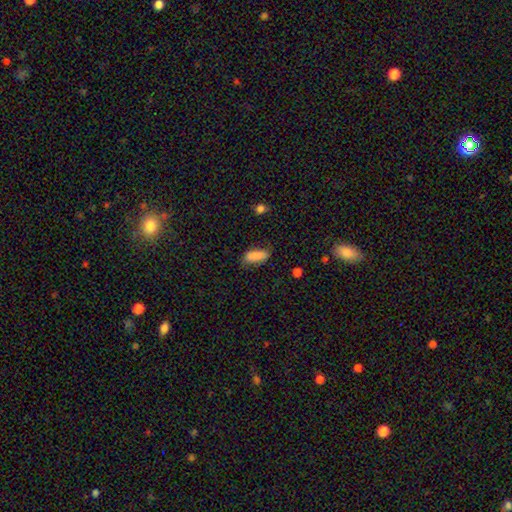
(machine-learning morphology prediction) Smooth or featured?
  - smooth: 87% *
  - star or artifact: 7%
  - featured or disk: 6%
How rounded?
  - in between: 79% *
  - cigar-shaped: 19%
  - round: 2%
Merging?
  - none: 72% *
  - minor disturbance: 21%
  - major disturbance: 5%
  - merger: 2%